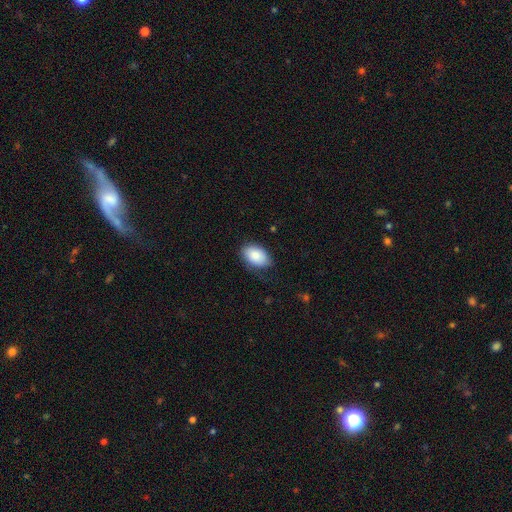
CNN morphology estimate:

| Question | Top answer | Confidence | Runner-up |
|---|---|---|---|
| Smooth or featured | smooth | 86% | featured or disk (8%) |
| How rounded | in between | 91% | round (7%) |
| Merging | none | 73% | minor disturbance (21%) |